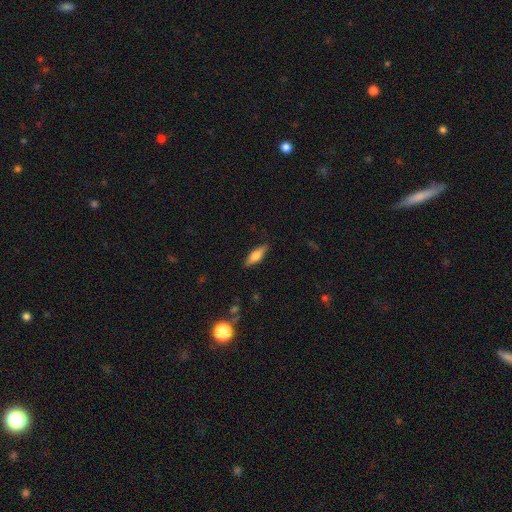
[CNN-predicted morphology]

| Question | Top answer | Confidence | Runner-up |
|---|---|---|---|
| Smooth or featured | smooth | 63% | featured or disk (30%) |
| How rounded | in between | 52% | cigar-shaped (46%) |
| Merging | none | 86% | minor disturbance (11%) |